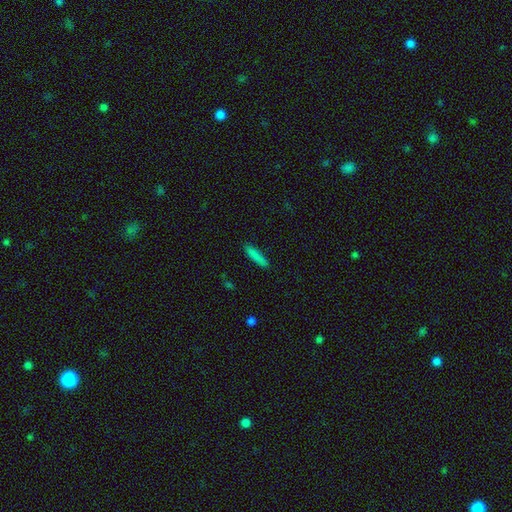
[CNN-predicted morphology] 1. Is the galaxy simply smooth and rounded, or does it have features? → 84% smooth, 9% featured or disk, 7% star or artifact.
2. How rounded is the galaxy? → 88% cigar-shaped, 11% in between, 1% round.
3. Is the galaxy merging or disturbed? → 88% none, 8% minor disturbance, 2% major disturbance, 1% merger.